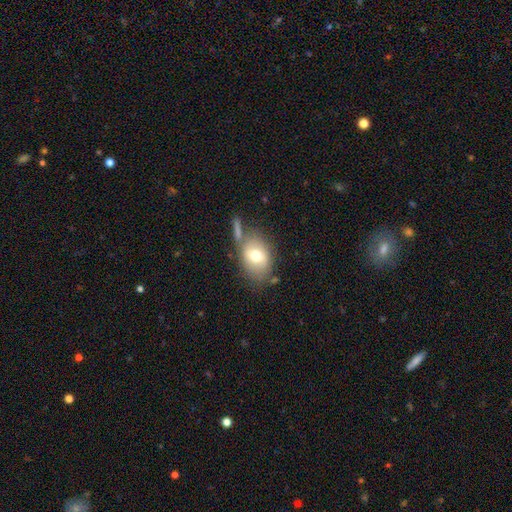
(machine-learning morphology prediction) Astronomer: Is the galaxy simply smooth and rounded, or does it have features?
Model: smooth — 69%.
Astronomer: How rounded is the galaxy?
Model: in between — 78%.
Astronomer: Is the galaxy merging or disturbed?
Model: none — 57%.